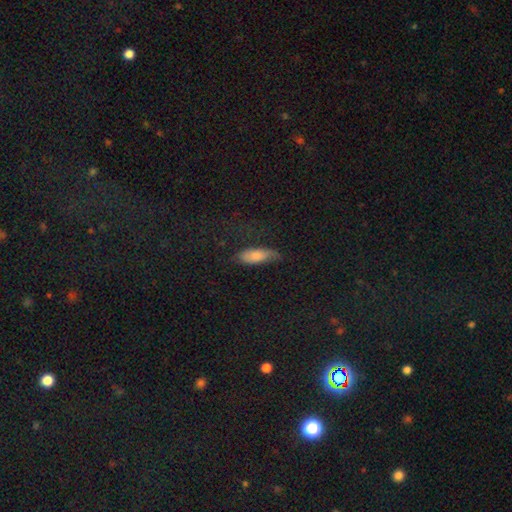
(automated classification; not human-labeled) Smooth or featured? smooth (77%)
How rounded? in between (67%)
Merging? none (60%)